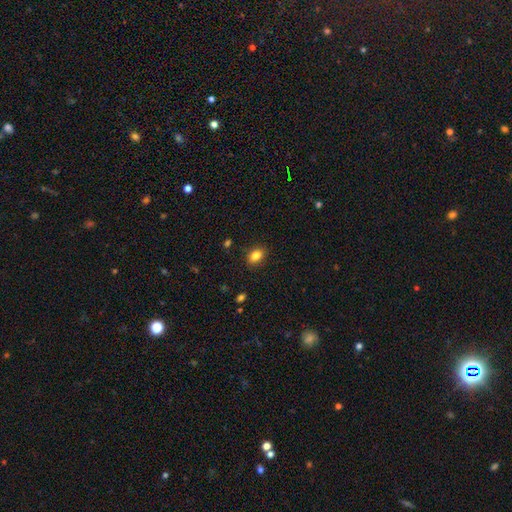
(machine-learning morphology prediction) Smooth or featured: smooth — 84% (star or artifact — 10%)
How rounded: in between — 71% (round — 28%)
Merging: none — 87% (minor disturbance — 10%)